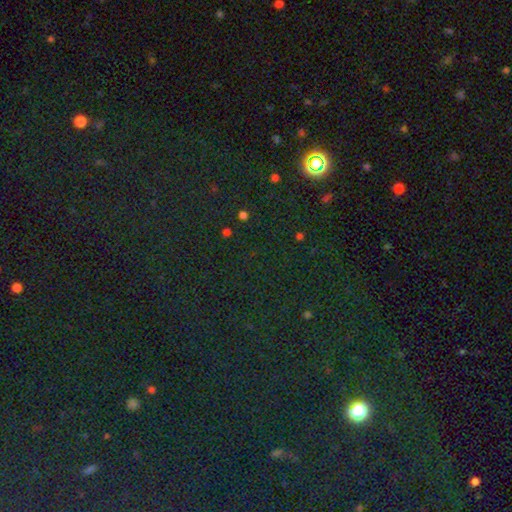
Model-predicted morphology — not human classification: Smooth or featured? star or artifact (77%)